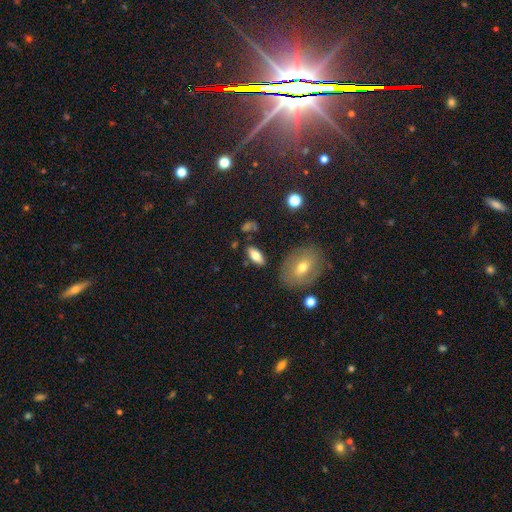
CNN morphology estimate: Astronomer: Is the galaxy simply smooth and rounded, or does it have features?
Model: smooth — 73%.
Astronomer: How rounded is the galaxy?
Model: in between — 80%.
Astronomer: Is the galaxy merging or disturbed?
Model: none — 82%.